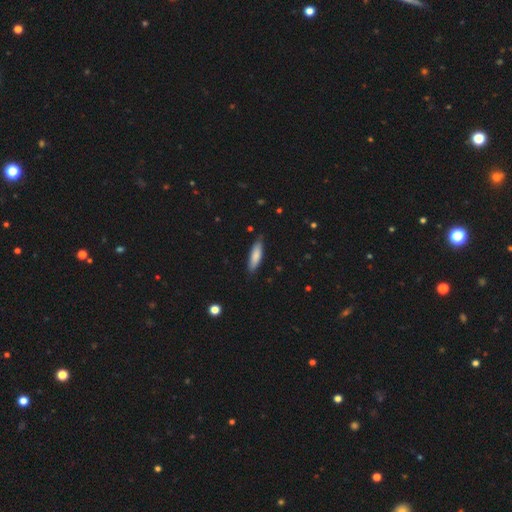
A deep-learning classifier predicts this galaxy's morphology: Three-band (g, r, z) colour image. It shows a smooth galaxy with no disk features (81%) that is cigar-shaped (60%). Merging: none (83%).